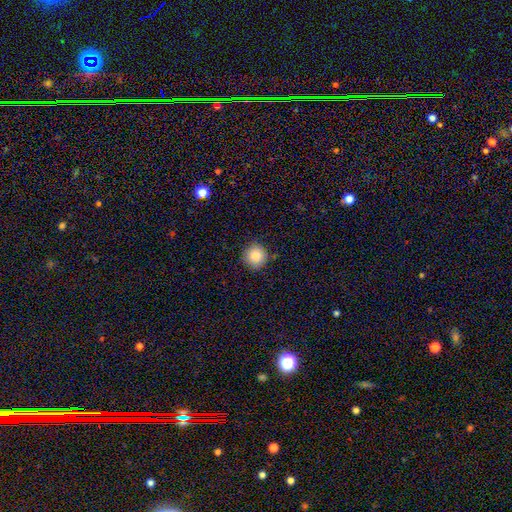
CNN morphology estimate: smooth-or-featured: smooth: 86% | star or artifact: 9% | featured or disk: 5%
  how-rounded: round: 93% | in between: 6% | cigar-shaped: 1%
  merging: none: 88% | minor disturbance: 9% | major disturbance: 2% | merger: 1%